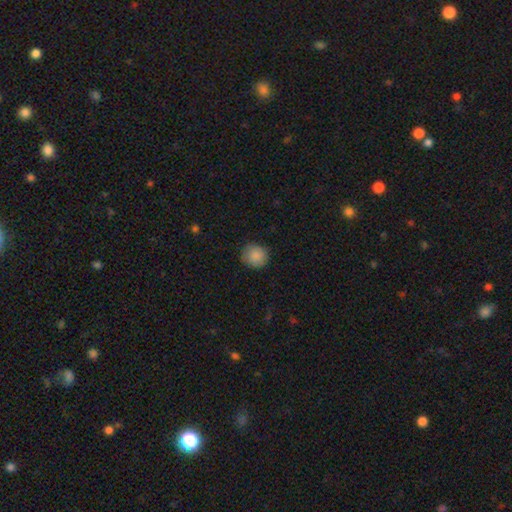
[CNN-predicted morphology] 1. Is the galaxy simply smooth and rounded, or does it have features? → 87% smooth, 8% star or artifact, 5% featured or disk.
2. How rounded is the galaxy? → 88% round, 11% in between, 1% cigar-shaped.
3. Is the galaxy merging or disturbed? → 84% none, 12% minor disturbance, 3% major disturbance, 1% merger.